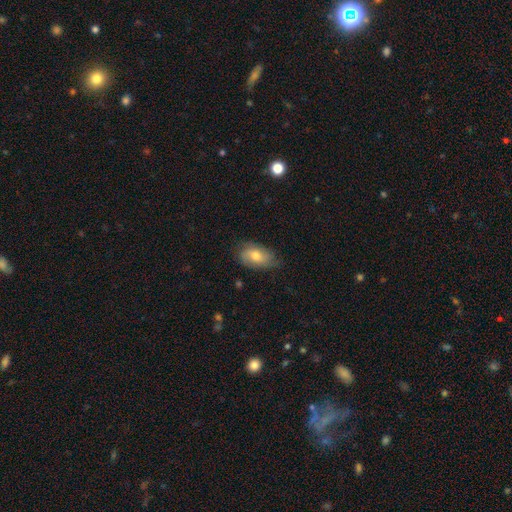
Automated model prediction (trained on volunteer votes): smooth_or_featured: smooth (p=0.65) [alt: featured or disk p=0.27]
how_rounded: in between (p=0.89) [alt: round p=0.09]
merging: none (p=0.68) [alt: minor disturbance p=0.26]